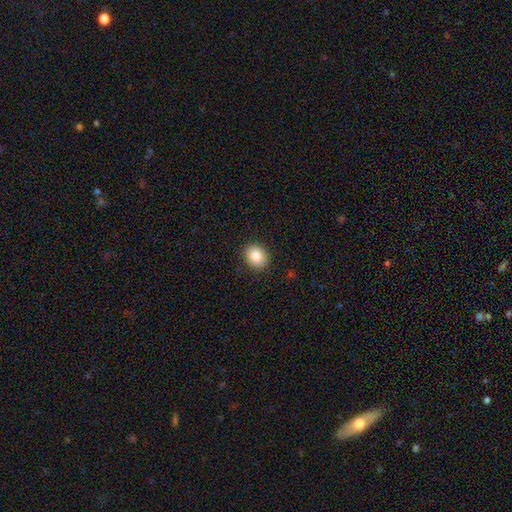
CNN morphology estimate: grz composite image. It shows a smooth galaxy with no disk features (85%) that is round (55%). Merging: none (90%).